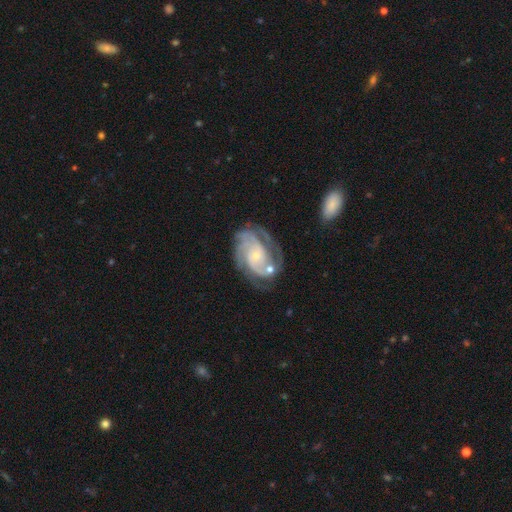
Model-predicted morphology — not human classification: The model was most divided on "spiral arm count": 3: 32%, 2: 25%, can't tell: 18%, 4: 14%, more than 4: 6%, 1: 6%. More confident: edge-on disk — no (98%); spiral arms — yes (97%); smooth or featured — featured or disk (89%); bulge size — small (73%); bar — no (69%); merging — none (60%); spiral winding — tight (58%).